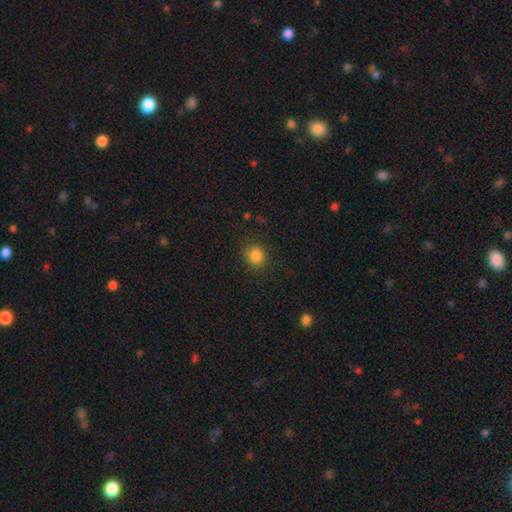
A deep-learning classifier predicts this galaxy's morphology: Smooth or featured?
  - smooth: 84% *
  - star or artifact: 11%
  - featured or disk: 5%
How rounded?
  - round: 74% *
  - in between: 25%
  - cigar-shaped: 1%
Merging?
  - none: 81% *
  - minor disturbance: 13%
  - major disturbance: 4%
  - merger: 2%